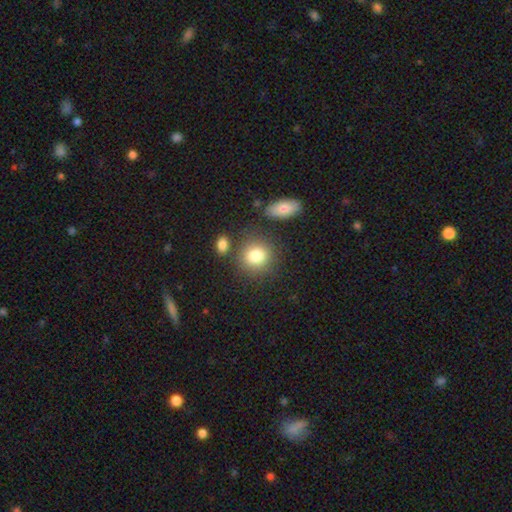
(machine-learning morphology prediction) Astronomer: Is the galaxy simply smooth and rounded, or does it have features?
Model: smooth — 82%.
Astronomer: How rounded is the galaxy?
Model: round — 77%.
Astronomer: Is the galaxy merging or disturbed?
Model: none — 73%.